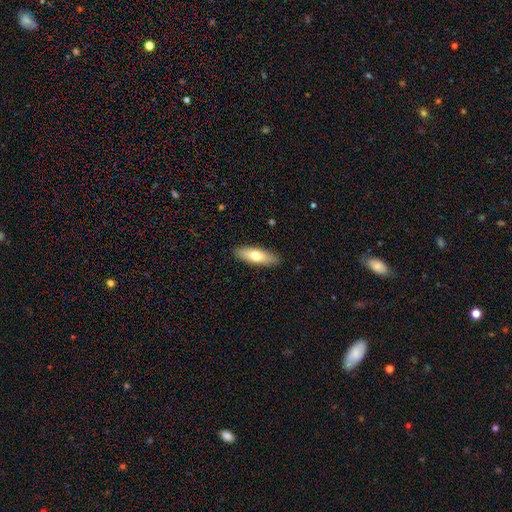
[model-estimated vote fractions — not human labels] smooth-or-featured: smooth: 70% | featured or disk: 24% | star or artifact: 6%
  how-rounded: in between: 55% | cigar-shaped: 42% | round: 2%
  merging: none: 90% | minor disturbance: 8% | major disturbance: 2% | merger: 1%